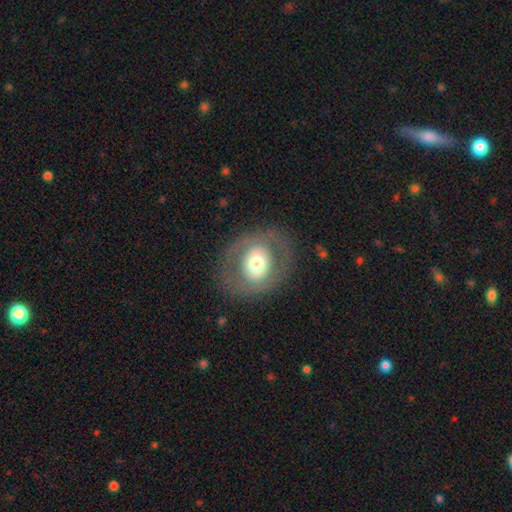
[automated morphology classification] This is possibly a featured or disk galaxy (53%). It is clearly not viewed edge-on (92%). Merging: clearly none (83%).